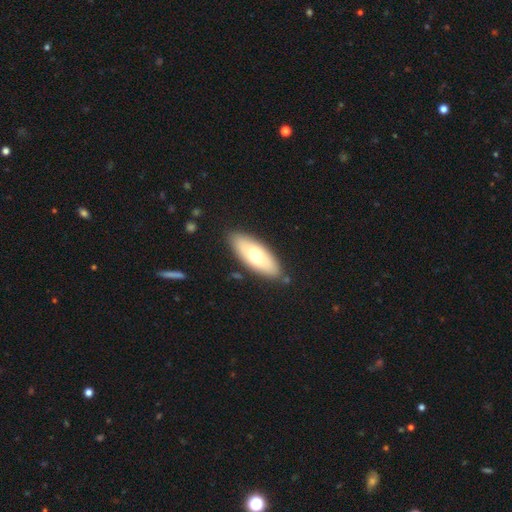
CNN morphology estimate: type=smooth (62%); roundness=in between (76%); merging=none (85%).